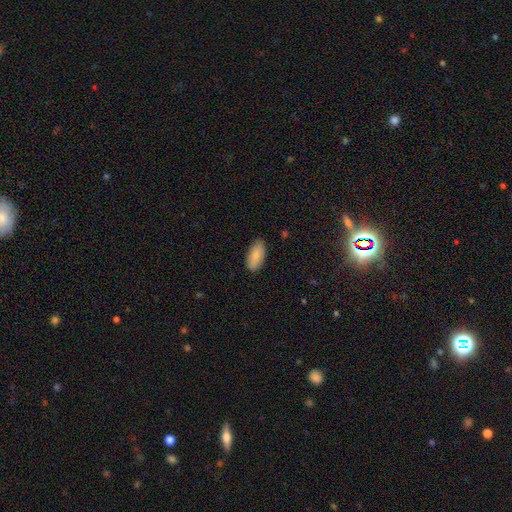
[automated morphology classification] smooth-or-featured: smooth: 85% | featured or disk: 9% | star or artifact: 6%
  how-rounded: in between: 90% | cigar-shaped: 8% | round: 2%
  merging: none: 86% | minor disturbance: 11% | major disturbance: 2% | merger: 1%